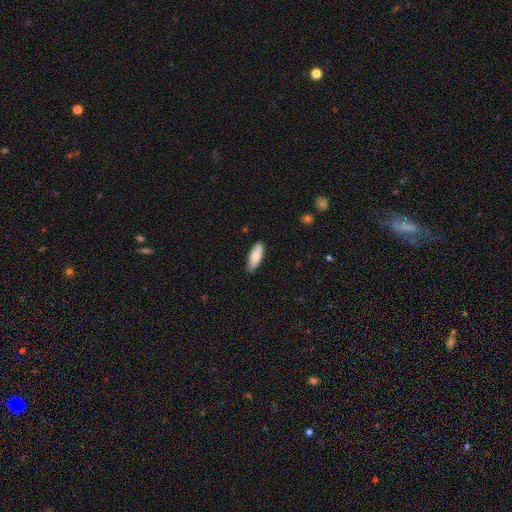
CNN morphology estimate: type=smooth (84%); roundness=in between (70%); merging=none (79%).